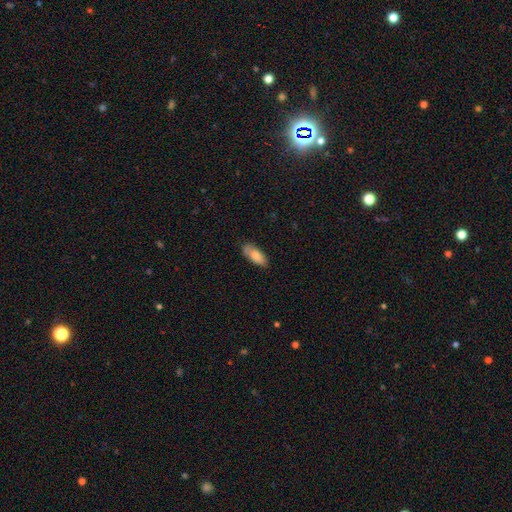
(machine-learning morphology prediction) This is likely a smooth galaxy (78%). How rounded: clearly in between (84%). Merging: likely none (72%).